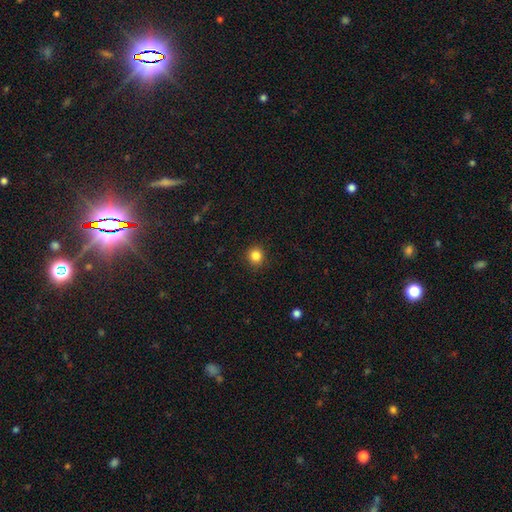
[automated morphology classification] Smooth or featured? smooth (85%)
How rounded? round (92%)
Merging? none (92%)